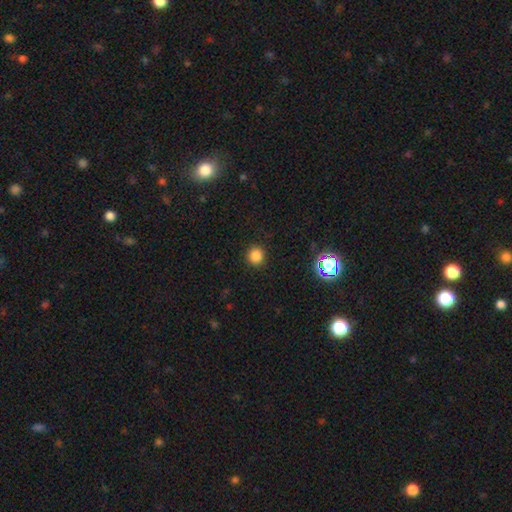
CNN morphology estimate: Smooth or featured: smooth — 82% (star or artifact — 14%)
How rounded: round — 94% (in between — 5%)
Merging: none — 90% (minor disturbance — 6%)